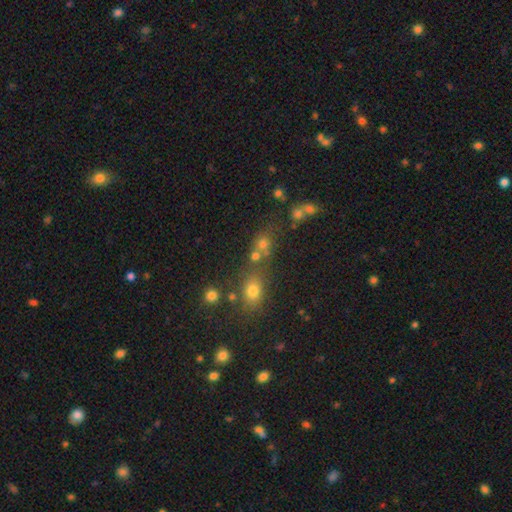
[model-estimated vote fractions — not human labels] Smooth or featured? smooth (49%)
Merging? none (56%)